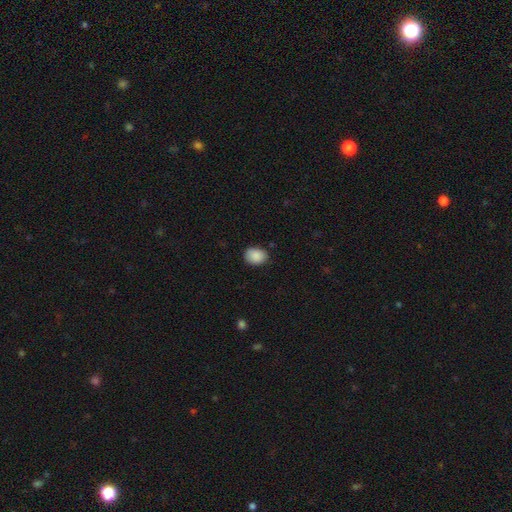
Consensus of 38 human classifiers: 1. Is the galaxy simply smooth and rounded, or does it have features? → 92% smooth, 5% star or artifact, 3% featured or disk.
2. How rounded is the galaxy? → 71% in between, 26% round, 3% cigar-shaped.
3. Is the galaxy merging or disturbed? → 83% none, 17% minor disturbance, 0% major disturbance, 0% merger.